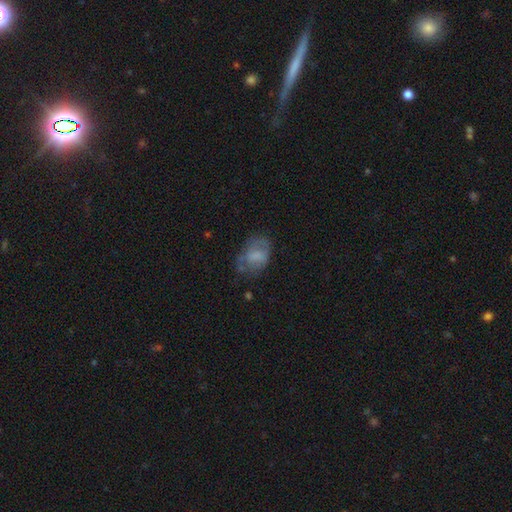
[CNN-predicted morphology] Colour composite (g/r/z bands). It shows a smooth galaxy with no disk features (58%) that is in between round and cigar-shaped (81%). Merging: none (48%).